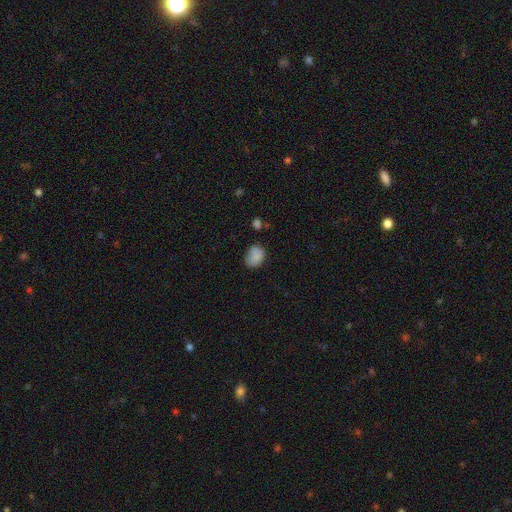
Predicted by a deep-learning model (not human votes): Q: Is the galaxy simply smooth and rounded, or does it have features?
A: smooth — 85%.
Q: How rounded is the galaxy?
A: in between — 68%.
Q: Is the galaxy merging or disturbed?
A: none — 65%.